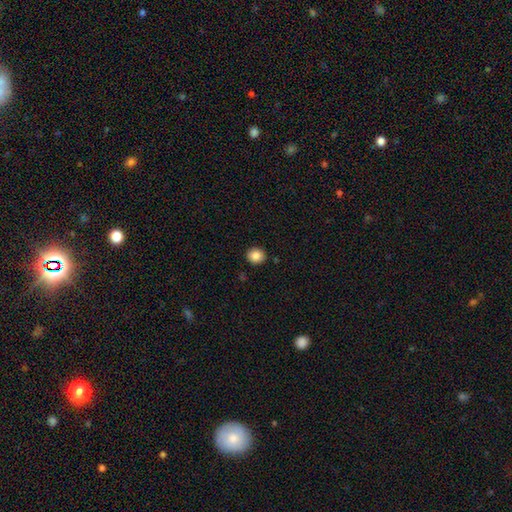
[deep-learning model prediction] A smooth galaxy with no disk features (86%) that is round (80%).

Vote fractions:
- Smooth or featured? smooth: 86% / star or artifact: 9% / featured or disk: 5%
- How rounded? round: 80% / in between: 19% / cigar-shaped: 1%
- Merging? none: 91% / minor disturbance: 6% / major disturbance: 2% / merger: 2%